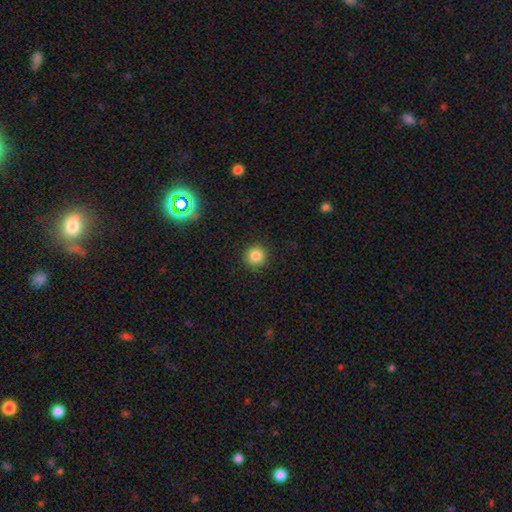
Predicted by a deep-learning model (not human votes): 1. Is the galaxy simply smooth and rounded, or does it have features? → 84% smooth, 11% star or artifact, 4% featured or disk.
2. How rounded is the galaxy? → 95% round, 4% in between, 1% cigar-shaped.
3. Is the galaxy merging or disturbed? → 91% none, 6% minor disturbance, 2% major disturbance, 1% merger.